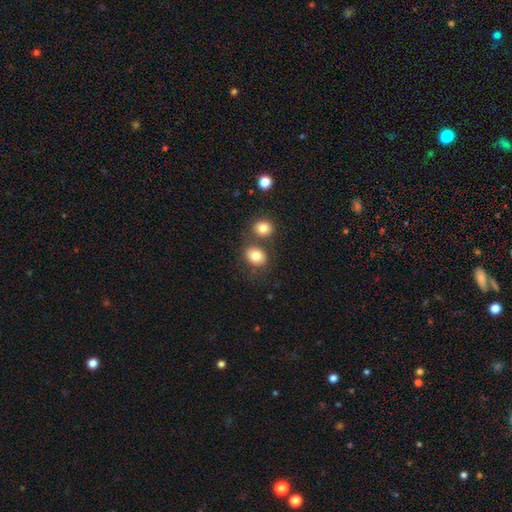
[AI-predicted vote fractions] Smooth or featured: smooth — 81% (star or artifact — 10%)
How rounded: round — 55% (in between — 44%)
Merging: none — 64% (merger — 21%)